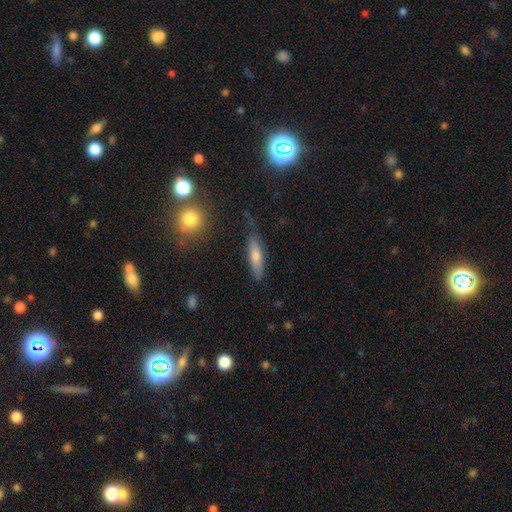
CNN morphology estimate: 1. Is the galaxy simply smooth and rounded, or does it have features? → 64% smooth, 27% featured or disk, 9% star or artifact.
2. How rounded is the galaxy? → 73% cigar-shaped, 24% in between, 3% round.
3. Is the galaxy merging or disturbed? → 76% none, 18% minor disturbance, 4% major disturbance, 2% merger.